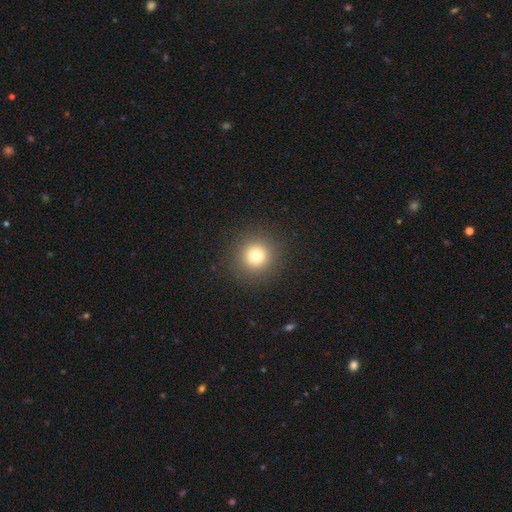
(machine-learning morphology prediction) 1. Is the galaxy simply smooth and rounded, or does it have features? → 77% smooth, 14% star or artifact, 9% featured or disk.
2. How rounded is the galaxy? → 94% round, 5% in between, 1% cigar-shaped.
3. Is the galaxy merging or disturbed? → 91% none, 5% minor disturbance, 3% major disturbance, 1% merger.